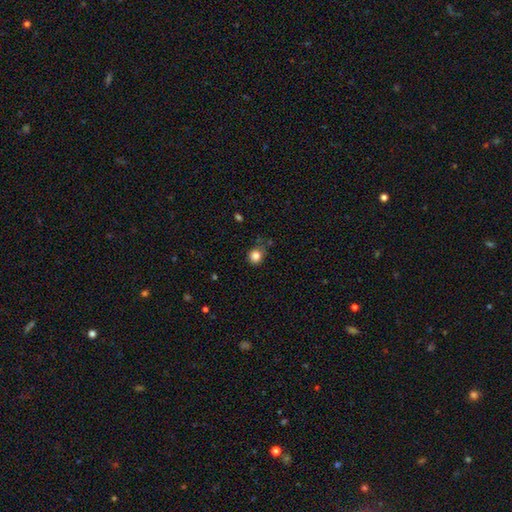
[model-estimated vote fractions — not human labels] Morphology: type=smooth (84%); roundness=round (79%); merging=none (72%).